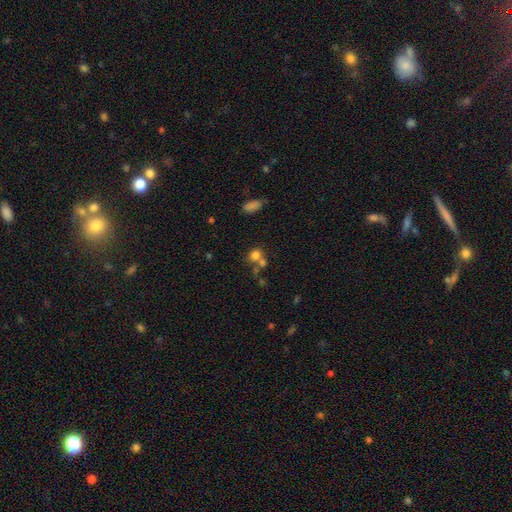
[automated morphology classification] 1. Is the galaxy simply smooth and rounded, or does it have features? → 73% smooth, 15% star or artifact, 12% featured or disk.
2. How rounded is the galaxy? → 79% round, 20% in between, 1% cigar-shaped.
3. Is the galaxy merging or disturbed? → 46% none, 41% merger, 8% minor disturbance, 5% major disturbance.